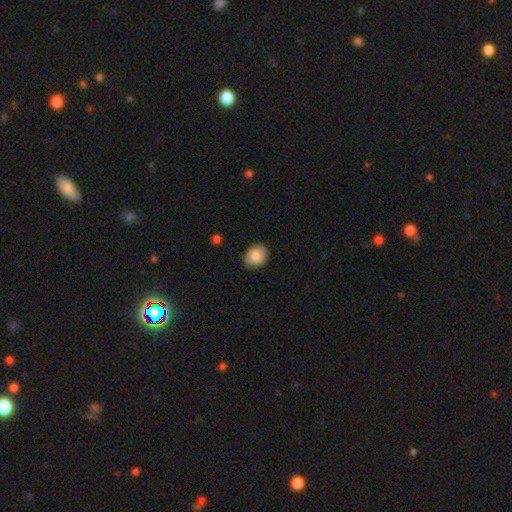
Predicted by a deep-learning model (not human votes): A smooth galaxy with no disk features (73%) that is in between round and cigar-shaped (50%). Merging: none (76%).